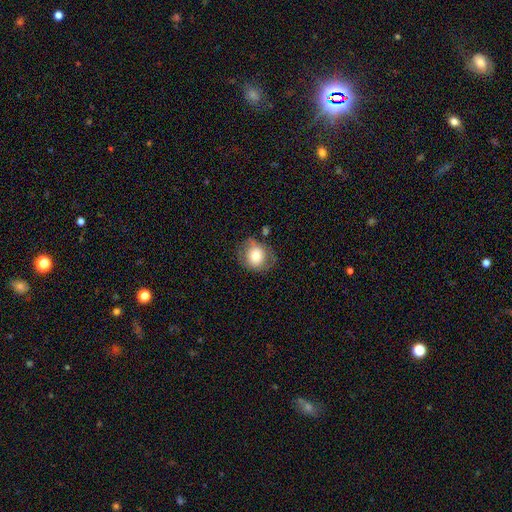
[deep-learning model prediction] Smooth or featured?
  - smooth: 71% *
  - featured or disk: 21%
  - star or artifact: 9%
How rounded?
  - round: 70% *
  - in between: 29%
  - cigar-shaped: 1%
Merging?
  - none: 64% *
  - minor disturbance: 22%
  - major disturbance: 9%
  - merger: 4%